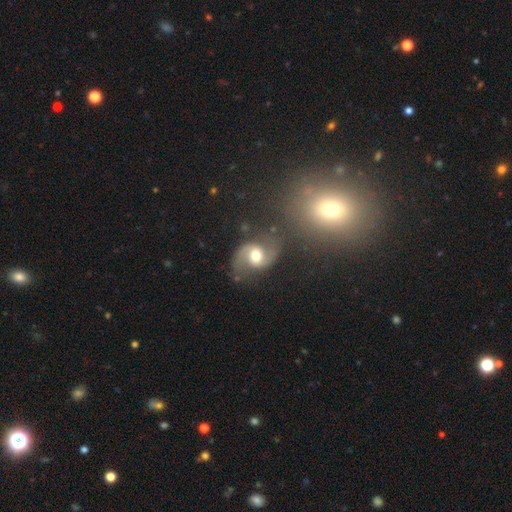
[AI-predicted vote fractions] Overall: featured or disk (81%). Edge-on disk: no (98%). Bar: no (50%; weak 39%). Spiral arms: yes (94%). Spiral arm count: 2 (93%). Spiral winding: loose (51%; medium 41%). Bulge size: moderate (69%). Merging: none (70%).